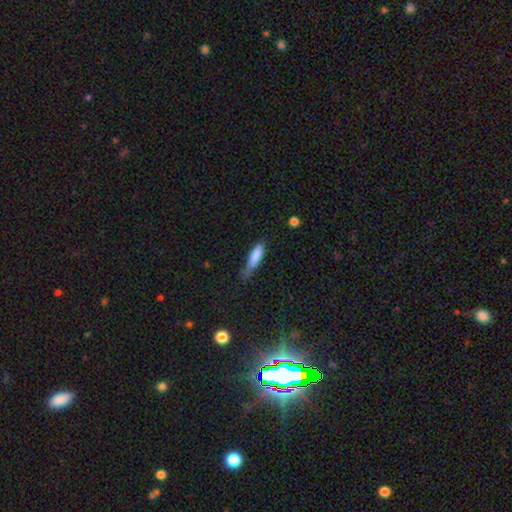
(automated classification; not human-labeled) Q: Smooth or featured?
A: smooth (81%); runner-up: featured or disk (12%)
Q: How rounded?
A: cigar-shaped (66%); runner-up: in between (32%)
Q: Merging?
A: none (43%); runner-up: minor disturbance (40%)